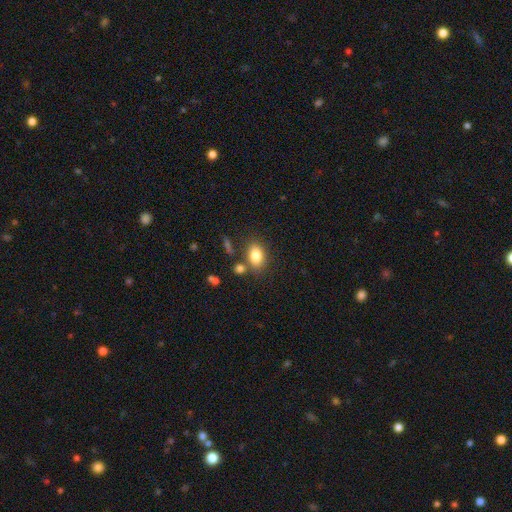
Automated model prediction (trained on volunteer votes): Morphology: type=smooth (82%); roundness=in between (81%); merging=none (73%).